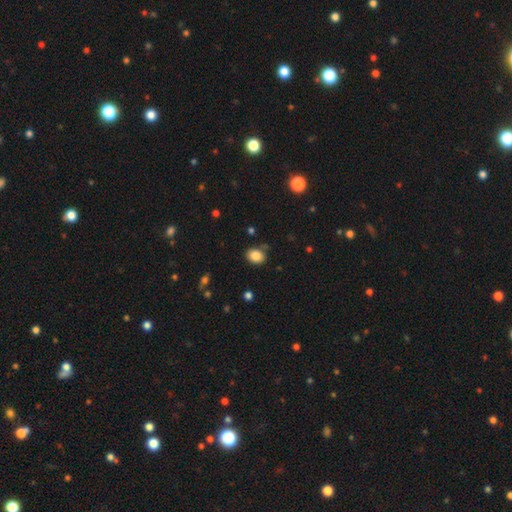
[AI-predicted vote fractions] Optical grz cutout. It shows a smooth galaxy with no disk features (84%) that is in between round and cigar-shaped (59%). Merging: none (78%).